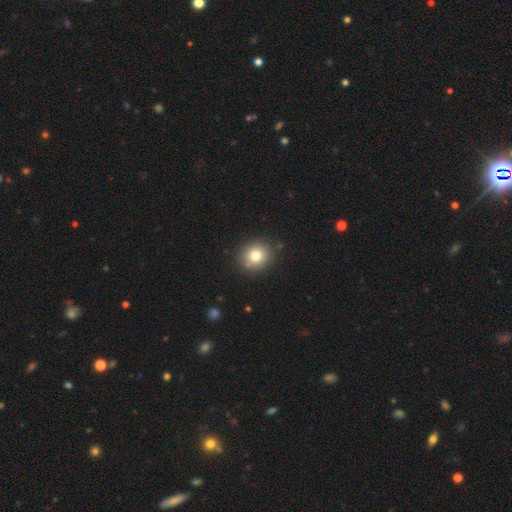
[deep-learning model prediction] Smooth or featured: smooth — 79% (star or artifact — 12%)
How rounded: round — 84% (in between — 15%)
Merging: none — 86% (minor disturbance — 8%)